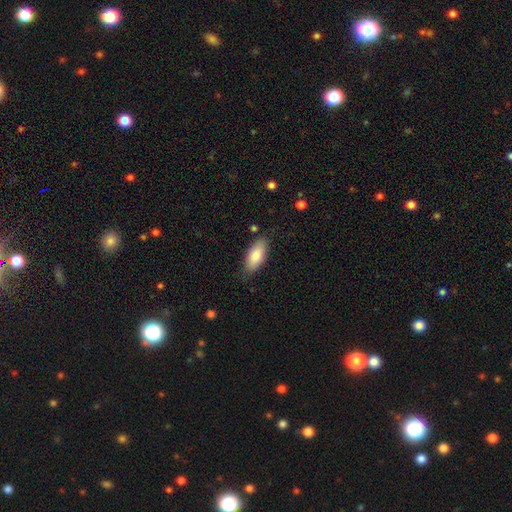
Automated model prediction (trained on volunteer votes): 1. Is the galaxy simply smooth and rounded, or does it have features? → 80% smooth, 14% featured or disk, 6% star or artifact.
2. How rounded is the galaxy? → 85% in between, 13% cigar-shaped, 2% round.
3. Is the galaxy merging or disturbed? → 80% none, 16% minor disturbance, 3% major disturbance, 2% merger.